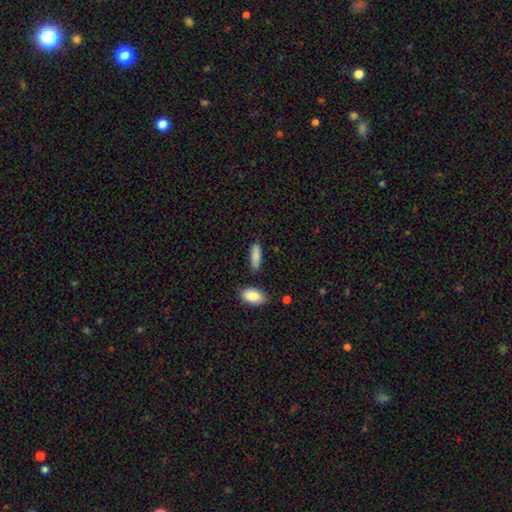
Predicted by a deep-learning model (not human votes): This appears to be a smooth galaxy with no disk features (86%) that is in between round and cigar-shaped (53%). Merging: none (77%).